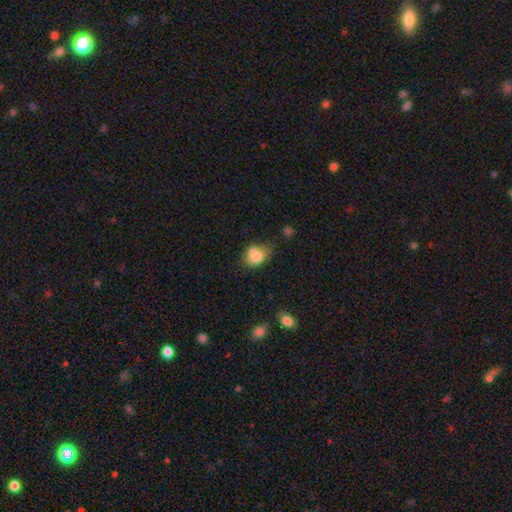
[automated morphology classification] A smooth galaxy with no disk features (74%) that is in between round and cigar-shaped (63%). Merging: none (35%).